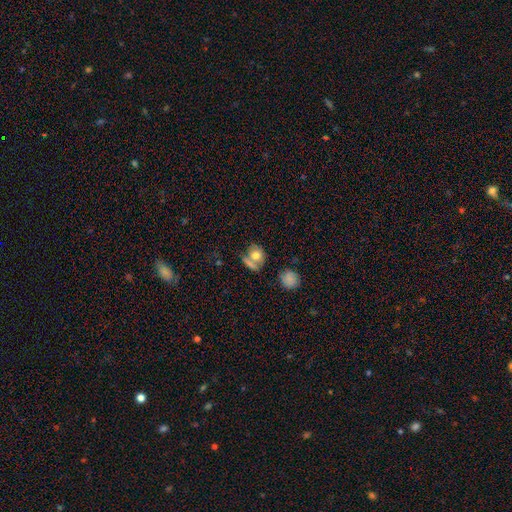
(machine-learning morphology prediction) Overall: smooth (72%). How rounded: round (62%; in between 35%). Merging: none (51%; merger 25%).